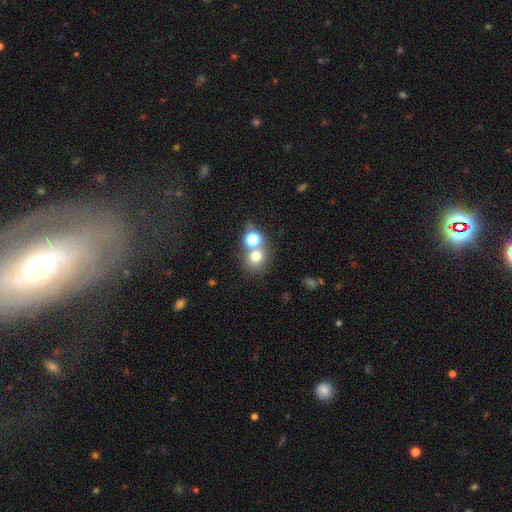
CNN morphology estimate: Smooth or featured? Predicted: smooth (p=0.71). How rounded? Predicted: round (p=0.83). Merging? Predicted: none (p=0.57).